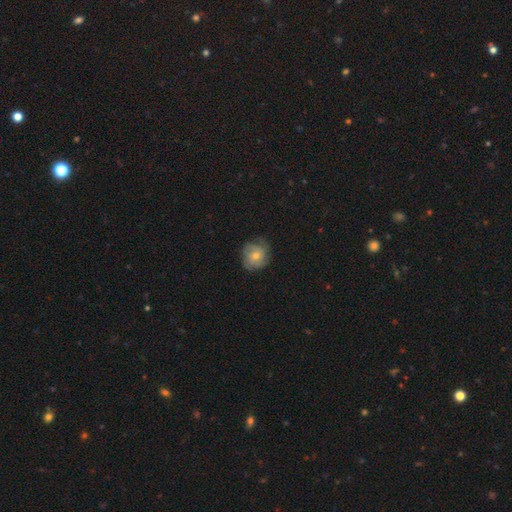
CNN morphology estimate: Overall: featured or disk (52%; smooth 38%). Edge-on disk: no (97%). Bar: no (79%). Spiral arms: yes (84%). Bulge size: moderate (54%; small 41%). Merging: none (74%).